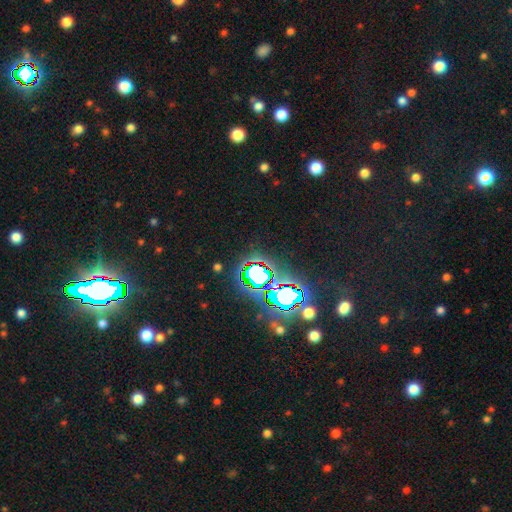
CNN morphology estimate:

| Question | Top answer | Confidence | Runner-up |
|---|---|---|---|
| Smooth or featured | star or artifact | 80% | smooth (12%) |